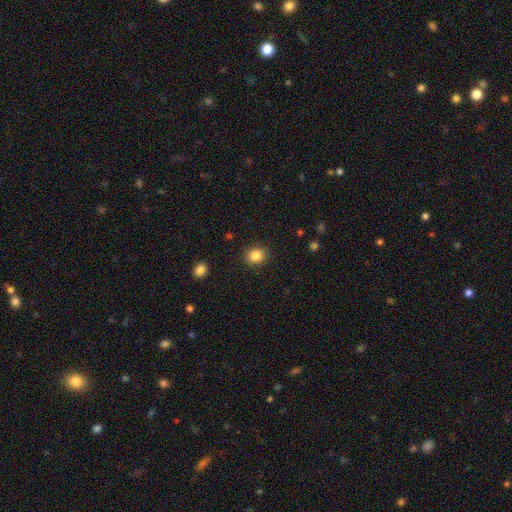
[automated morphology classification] This is clearly a smooth galaxy (85%). How rounded: likely round (71%). Merging: clearly none (89%).